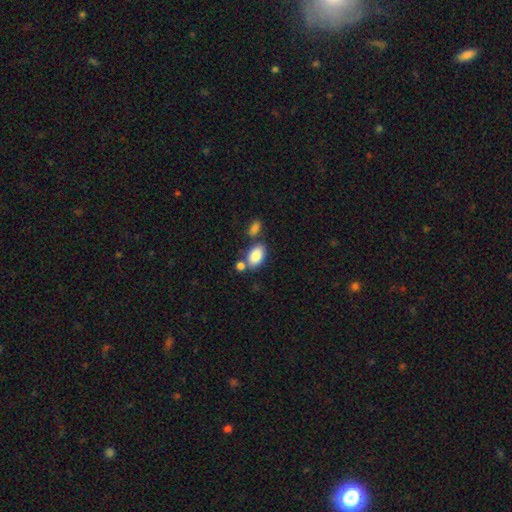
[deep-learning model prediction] smooth_or_featured: smooth (p=0.86) [alt: star or artifact p=0.08]
how_rounded: in between (p=0.90) [alt: round p=0.08]
merging: none (p=0.56) [alt: merger p=0.26]